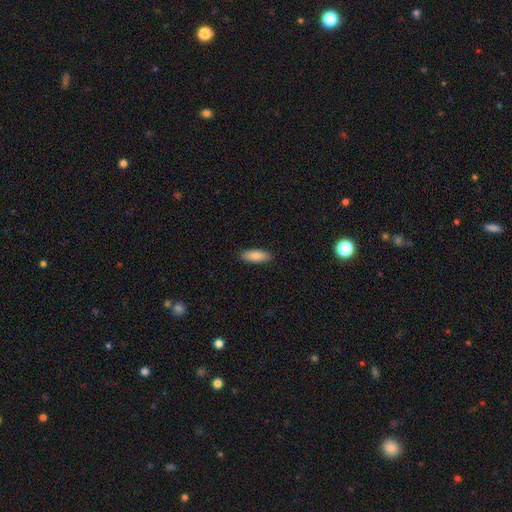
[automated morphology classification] Smooth or featured? smooth (85%)
How rounded? in between (71%)
Merging? none (89%)